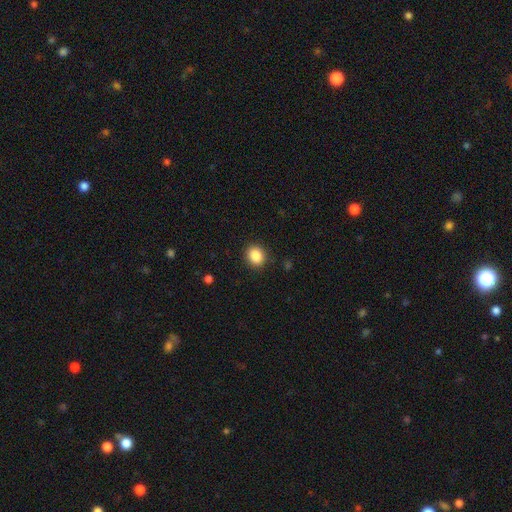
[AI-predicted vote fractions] smooth_or_featured: smooth (p=0.87) [alt: star or artifact p=0.09]
how_rounded: round (p=0.67) [alt: in between p=0.32]
merging: none (p=0.89) [alt: minor disturbance p=0.07]